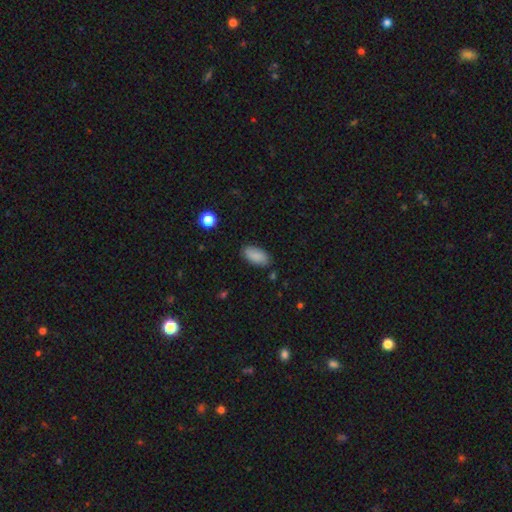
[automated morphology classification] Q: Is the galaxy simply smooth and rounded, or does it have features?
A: smooth — 87%.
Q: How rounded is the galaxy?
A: in between — 92%.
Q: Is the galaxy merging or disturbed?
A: none — 84%.